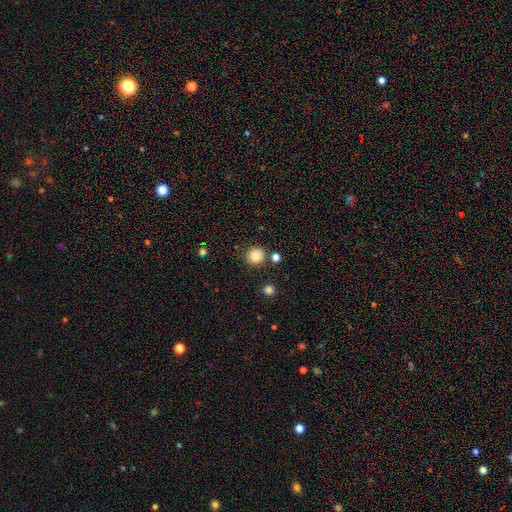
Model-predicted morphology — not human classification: Overall: smooth (84%). How rounded: round (92%). Merging: none (85%).